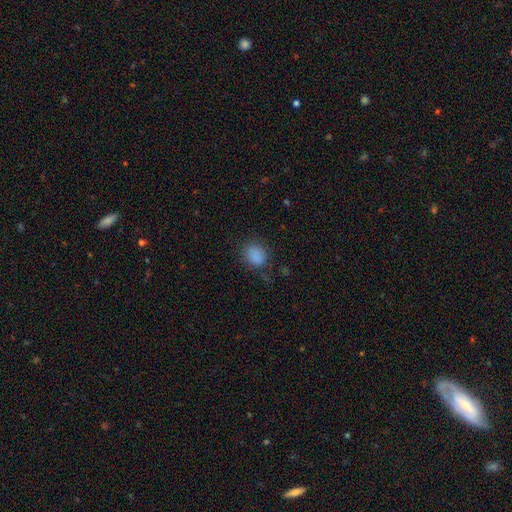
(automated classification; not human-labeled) Q: Smooth or featured?
A: smooth (84%); runner-up: star or artifact (11%)
Q: How rounded?
A: round (53%); runner-up: in between (45%)
Q: Merging?
A: none (71%); runner-up: minor disturbance (19%)